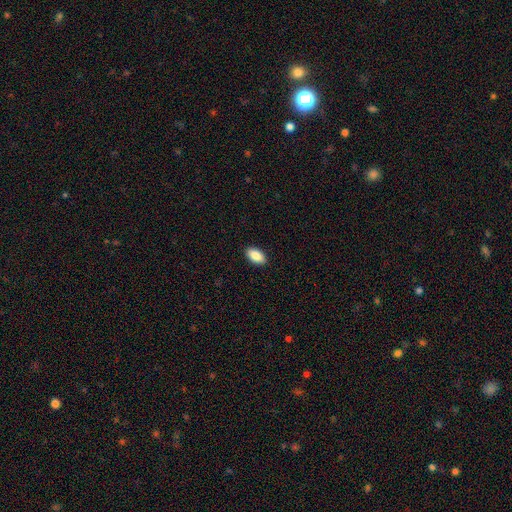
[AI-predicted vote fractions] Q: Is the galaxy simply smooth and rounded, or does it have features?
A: smooth — 89%.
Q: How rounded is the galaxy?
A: in between — 94%.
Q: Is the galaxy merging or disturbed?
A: none — 91%.